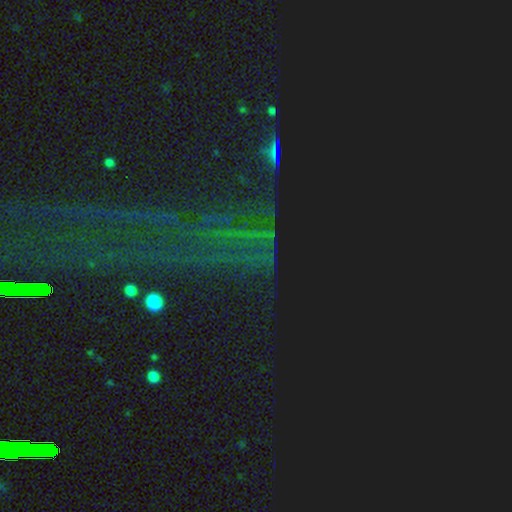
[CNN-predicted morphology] A star or artifact, not a galaxy (82%).

Vote fractions:
- Smooth or featured? star or artifact: 82% / smooth: 10% / featured or disk: 9%